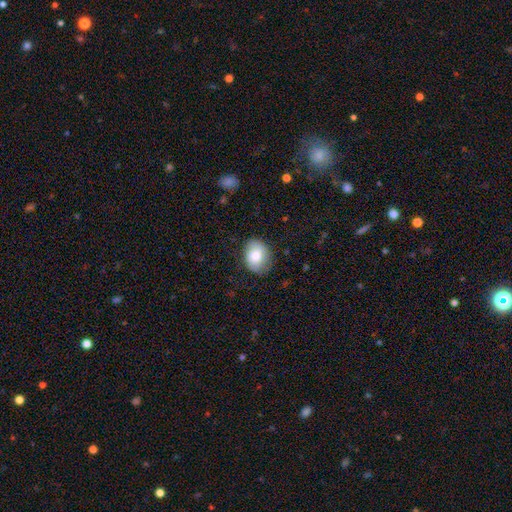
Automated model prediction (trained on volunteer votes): A smooth galaxy with no disk features (80%) that is in between round and cigar-shaped (67%). Merging: none (77%).